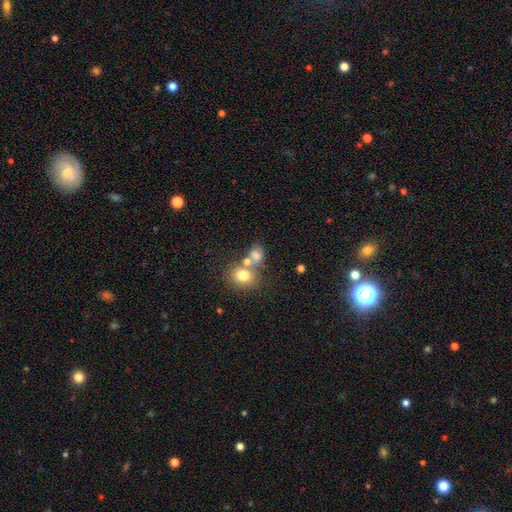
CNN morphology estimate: This appears to be a smooth galaxy with no disk features (74%) that is round (53%). Merging: merger (44%).